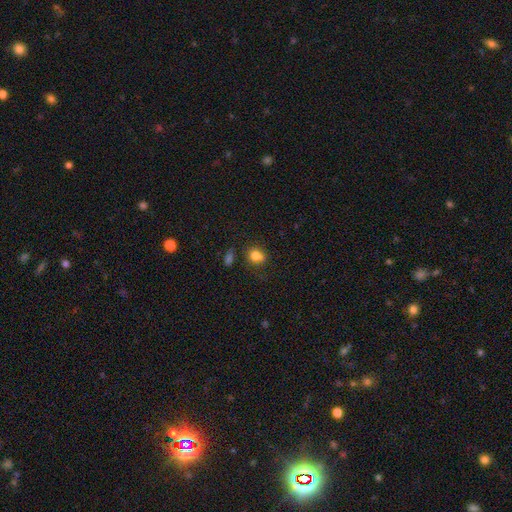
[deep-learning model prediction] Smooth or featured: smooth — 78% (star or artifact — 12%)
How rounded: round — 59% (in between — 39%)
Merging: none — 52% (minor disturbance — 21%)